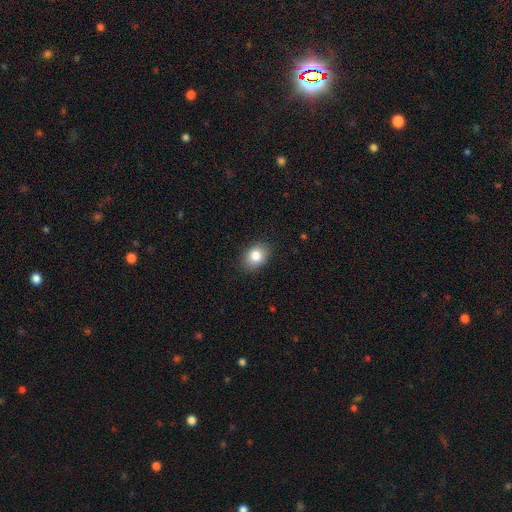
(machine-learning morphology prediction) type=smooth (83%); roundness=in between (67%); merging=none (87%).